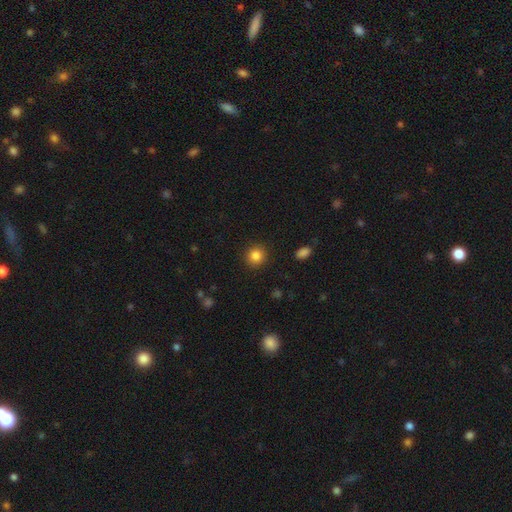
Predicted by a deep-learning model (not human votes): Smooth or featured: smooth — 85% (star or artifact — 10%)
How rounded: round — 91% (in between — 8%)
Merging: none — 91% (minor disturbance — 6%)